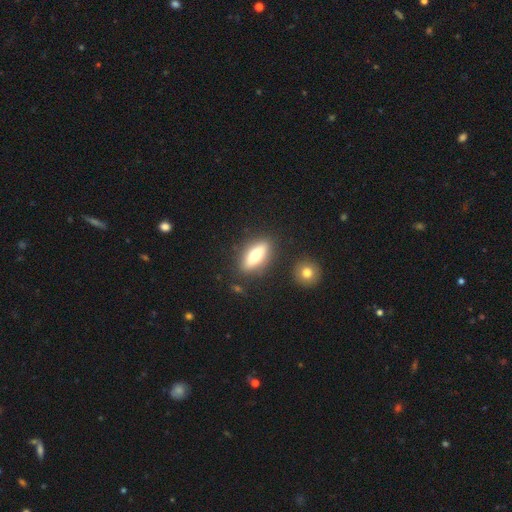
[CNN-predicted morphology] type=smooth (63%); roundness=in between (73%); merging=none (82%).